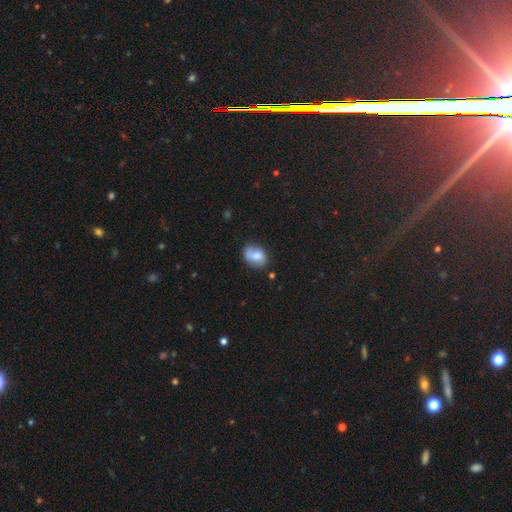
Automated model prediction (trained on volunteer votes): A smooth galaxy with no disk features (69%) that is in between round and cigar-shaped (63%). Merging: none (54%).